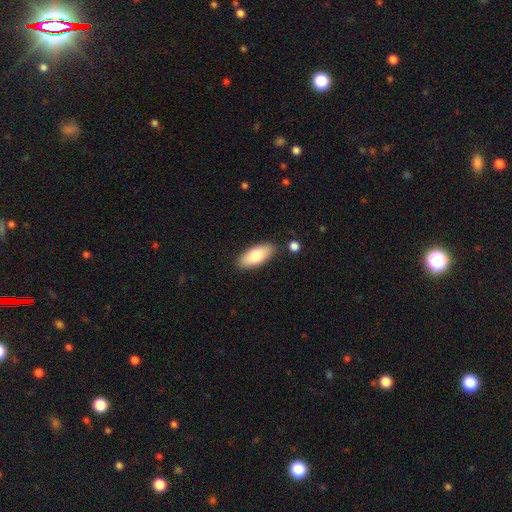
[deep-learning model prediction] A smooth galaxy with no disk features (77%) that is in between round and cigar-shaped (83%).

Vote fractions:
- Smooth or featured? smooth: 77% / featured or disk: 17% / star or artifact: 6%
- How rounded? in between: 83% / cigar-shaped: 14% / round: 2%
- Merging? none: 85% / minor disturbance: 10% / merger: 3% / major disturbance: 2%